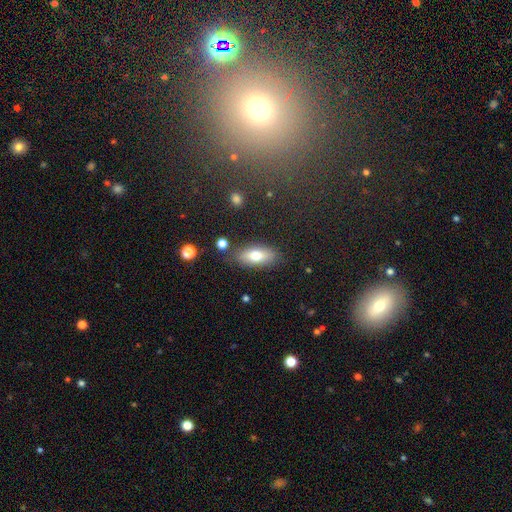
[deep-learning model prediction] This is likely a smooth galaxy (72%). How rounded: clearly in between (83%). Merging: clearly none (81%).